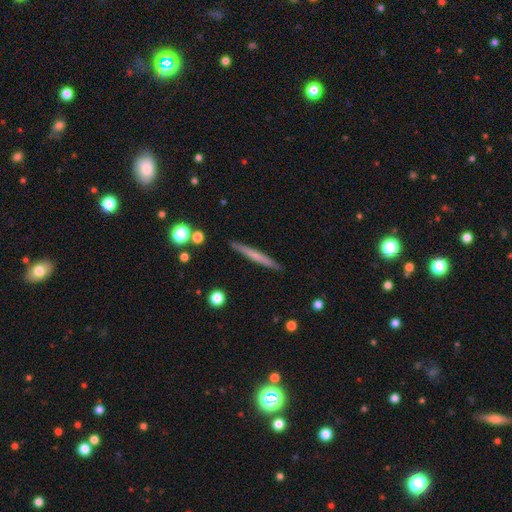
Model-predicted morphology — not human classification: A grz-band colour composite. It shows a smooth galaxy with no disk features (52%) that is cigar-shaped (96%). Merging: none (91%).